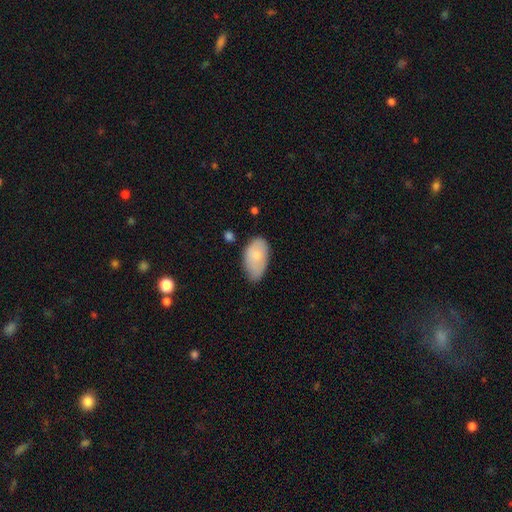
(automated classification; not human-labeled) Smooth or featured?
  - smooth: 76% *
  - featured or disk: 18%
  - star or artifact: 6%
How rounded?
  - in between: 94% *
  - round: 4%
  - cigar-shaped: 2%
Merging?
  - none: 52% *
  - minor disturbance: 37%
  - major disturbance: 7%
  - merger: 3%